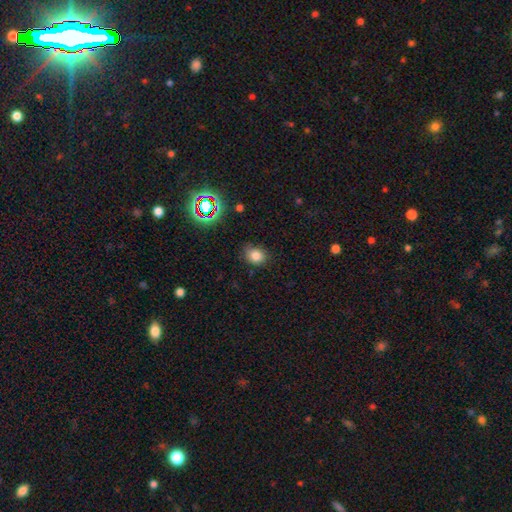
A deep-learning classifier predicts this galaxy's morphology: Overall: smooth (79%). How rounded: round (60%; in between 39%). Merging: none (74%).